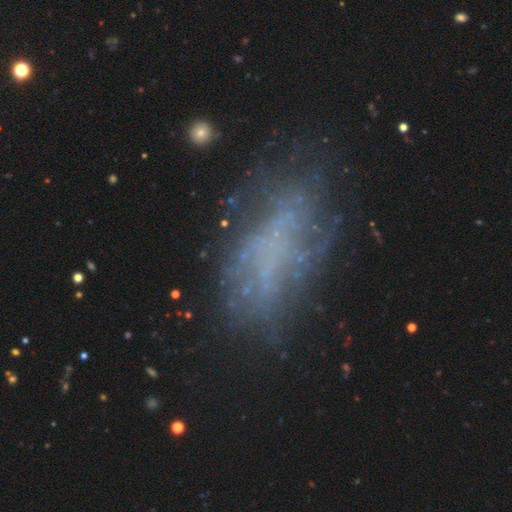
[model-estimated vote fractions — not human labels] Smooth or featured?
  - featured or disk: 48% *
  - smooth: 31%
  - star or artifact: 21%
Merging?
  - none: 53% *
  - major disturbance: 23%
  - minor disturbance: 20%
  - merger: 4%